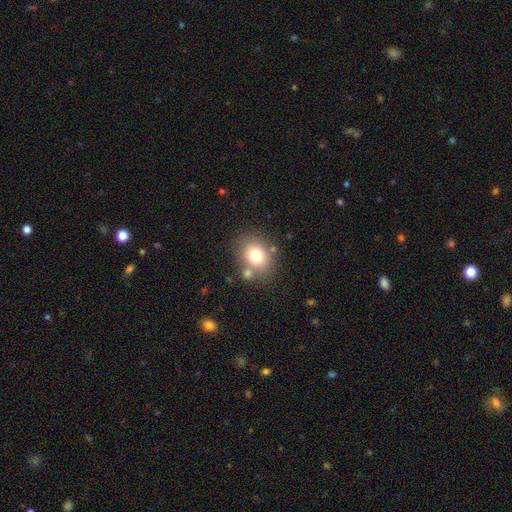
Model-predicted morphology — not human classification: Smooth or featured: smooth — 74% (featured or disk — 14%)
How rounded: round — 53% (in between — 46%)
Merging: none — 69% (merger — 14%)